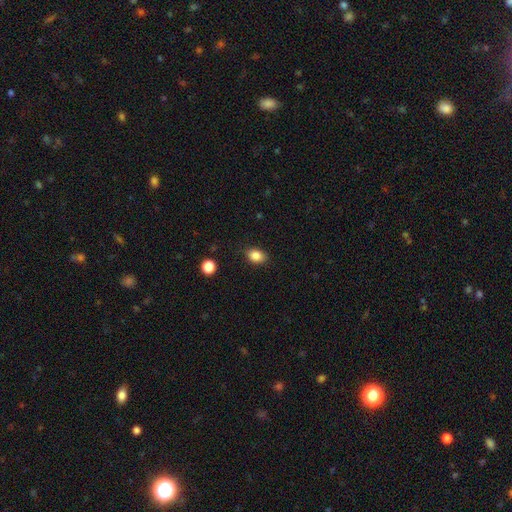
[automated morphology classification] Overall: smooth (85%). How rounded: in between (74%). Merging: none (85%).